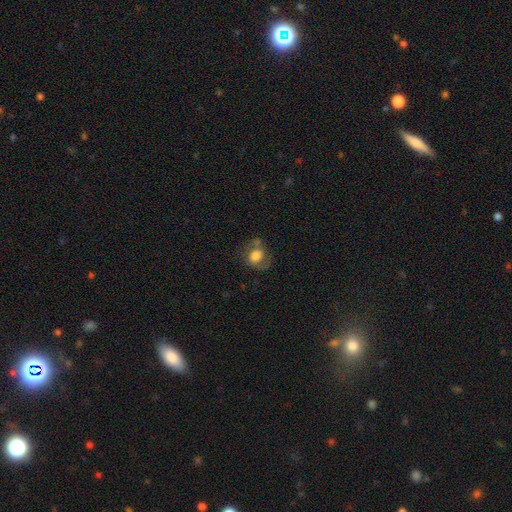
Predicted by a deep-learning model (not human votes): smooth-or-featured: smooth: 59% | featured or disk: 32% | star or artifact: 9%
  how-rounded: round: 59% | in between: 40% | cigar-shaped: 1%
  merging: none: 50% | minor disturbance: 25% | major disturbance: 18% | merger: 8%